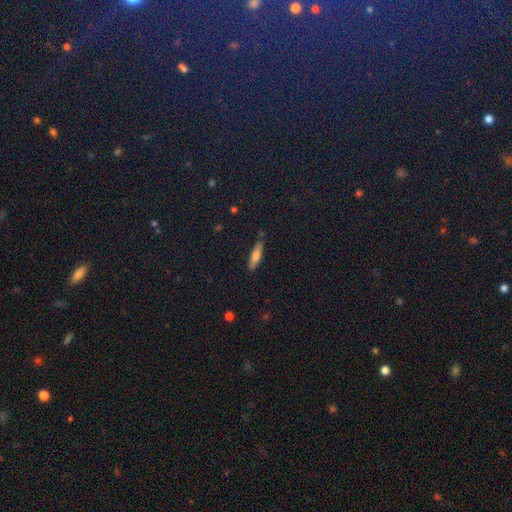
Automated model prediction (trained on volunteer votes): A smooth galaxy with no disk features (69%) that is cigar-shaped (74%).

Vote fractions:
- Smooth or featured? smooth: 69% / featured or disk: 23% / star or artifact: 8%
- How rounded? cigar-shaped: 74% / in between: 24% / round: 2%
- Merging? none: 82% / minor disturbance: 13% / merger: 3% / major disturbance: 3%